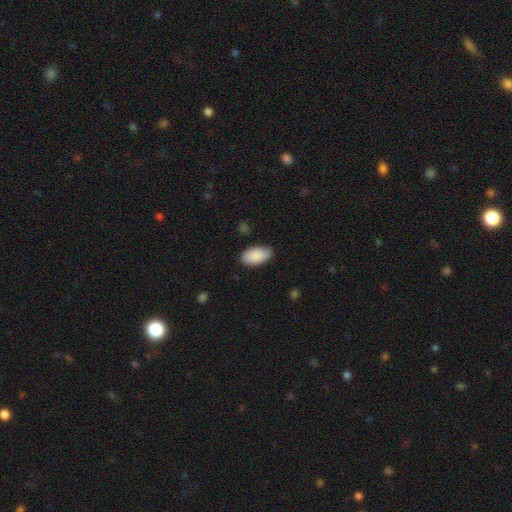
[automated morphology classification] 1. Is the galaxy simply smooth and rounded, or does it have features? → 89% smooth, 6% star or artifact, 5% featured or disk.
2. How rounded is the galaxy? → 95% in between, 3% round, 2% cigar-shaped.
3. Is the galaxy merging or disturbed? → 82% none, 14% minor disturbance, 3% major disturbance, 1% merger.